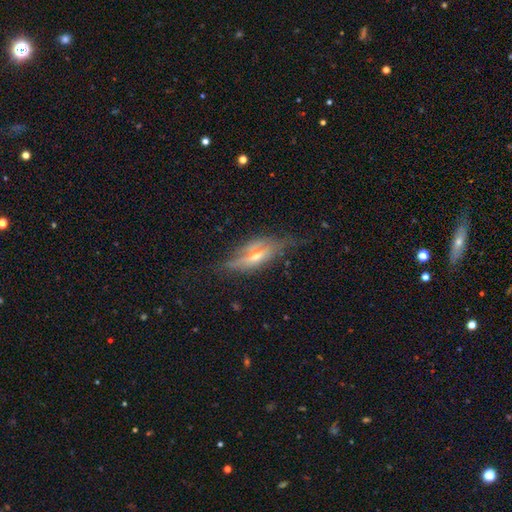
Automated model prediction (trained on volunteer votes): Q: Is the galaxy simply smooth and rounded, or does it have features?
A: featured or disk — 65%.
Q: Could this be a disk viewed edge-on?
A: yes — 80%.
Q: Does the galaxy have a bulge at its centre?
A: rounded — 84%.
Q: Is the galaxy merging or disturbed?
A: none — 64%.